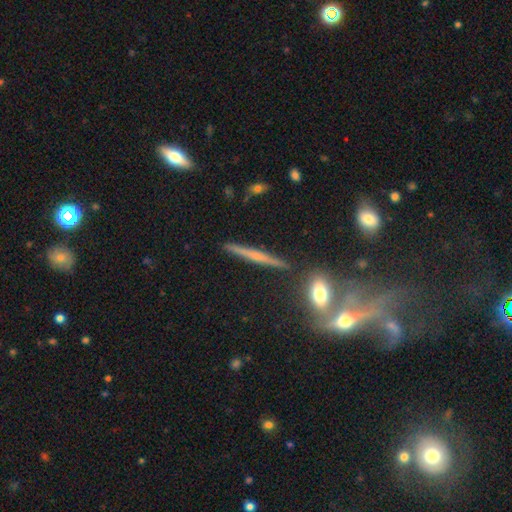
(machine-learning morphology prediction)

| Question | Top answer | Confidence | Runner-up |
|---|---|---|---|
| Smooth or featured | featured or disk | 61% | smooth (30%) |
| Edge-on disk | yes | 96% | no (4%) |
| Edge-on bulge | rounded | 53% | none (38%) |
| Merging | none | 86% | minor disturbance (8%) |